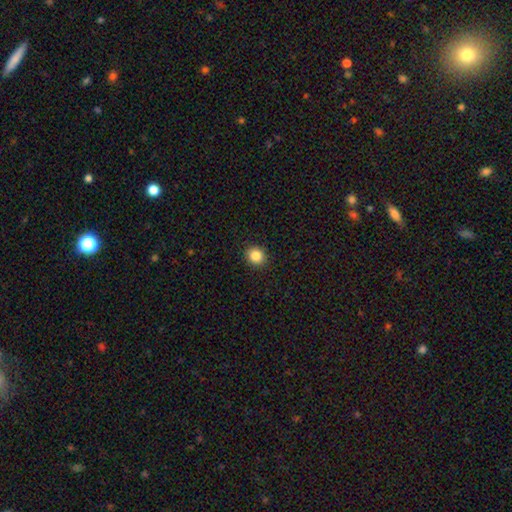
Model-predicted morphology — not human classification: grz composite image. It shows a smooth galaxy with no disk features (86%) that is round (79%). Merging: none (91%).